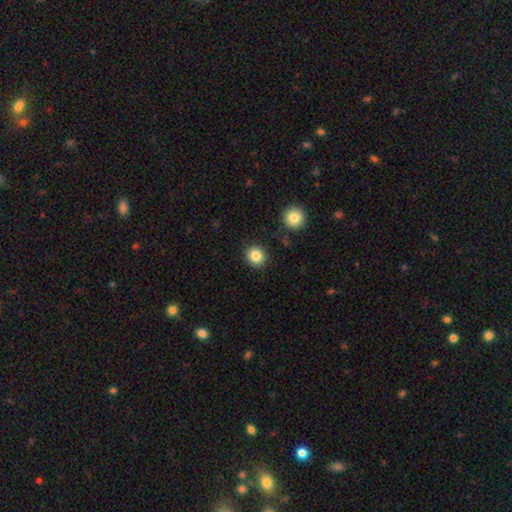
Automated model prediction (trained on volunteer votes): This appears to be a smooth galaxy with no disk features (85%) that is round (83%). Merging: none (88%).